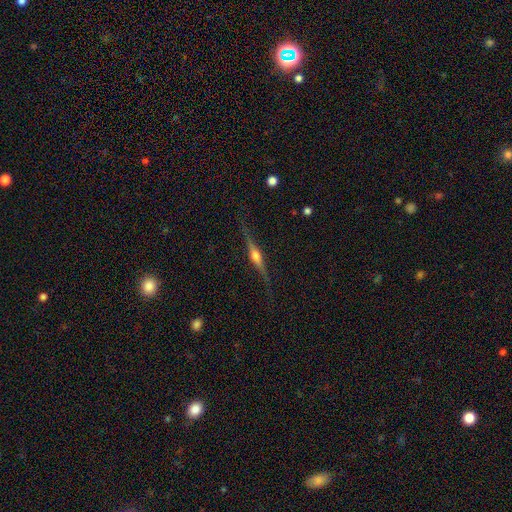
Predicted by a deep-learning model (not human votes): Smooth or featured? Predicted: featured or disk (p=0.78). Edge-on disk? Predicted: yes (p=0.98). Edge-on bulge? Predicted: rounded (p=0.91). Merging? Predicted: none (p=0.87).